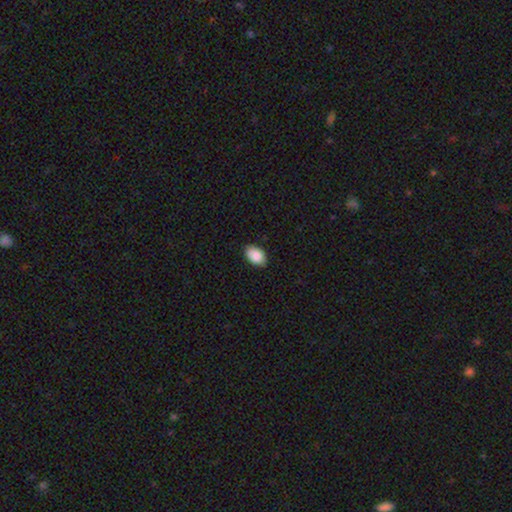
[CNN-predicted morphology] Smooth or featured? smooth (89%)
How rounded? in between (91%)
Merging? none (87%)